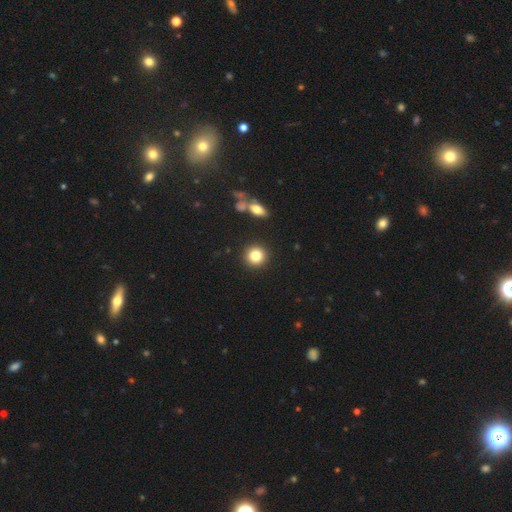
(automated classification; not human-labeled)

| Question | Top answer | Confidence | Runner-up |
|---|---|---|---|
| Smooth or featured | smooth | 83% | star or artifact (10%) |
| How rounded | round | 92% | in between (7%) |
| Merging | none | 89% | minor disturbance (6%) |